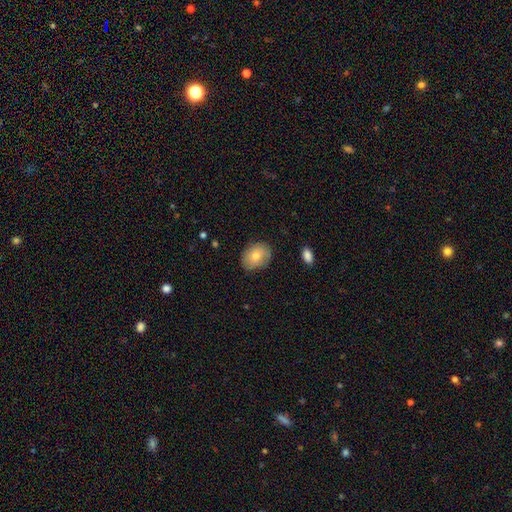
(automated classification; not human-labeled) smooth_or_featured: smooth (p=0.75) [alt: featured or disk p=0.17]
how_rounded: in between (p=0.61) [alt: round p=0.38]
merging: none (p=0.82) [alt: minor disturbance p=0.14]